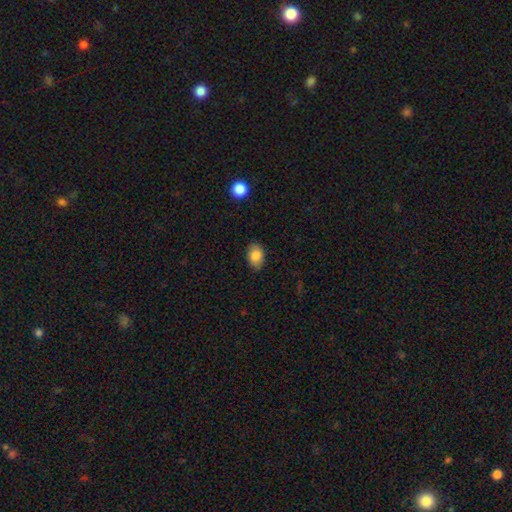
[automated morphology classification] Smooth or featured? smooth (85%)
How rounded? in between (84%)
Merging? none (85%)